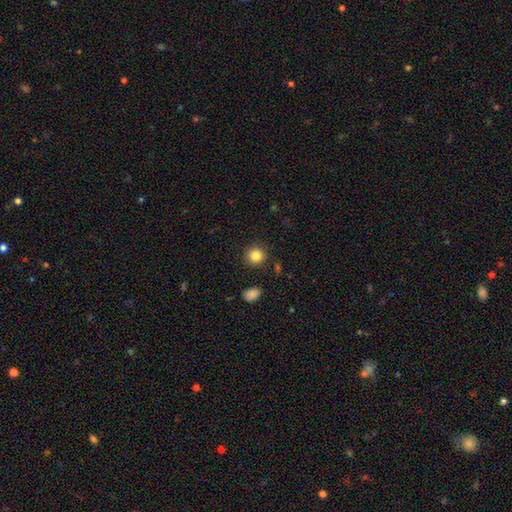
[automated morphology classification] The model was most divided on "smooth or featured": smooth: 85%, star or artifact: 10%, featured or disk: 5%. More confident: how rounded — round (91%); merging — none (89%).